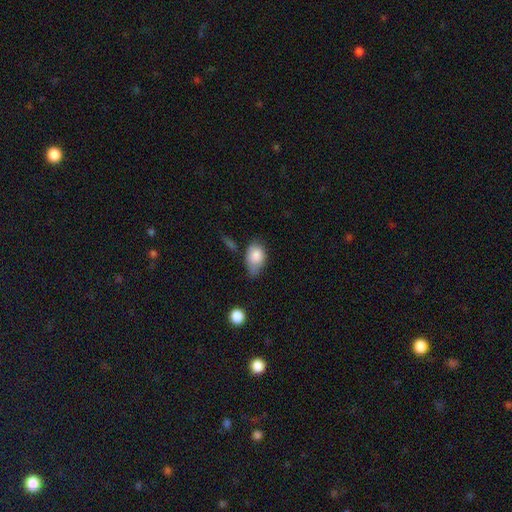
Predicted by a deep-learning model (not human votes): This appears to be a smooth galaxy with no disk features (83%) that is in between round and cigar-shaped (85%). Merging: minor disturbance (43%).